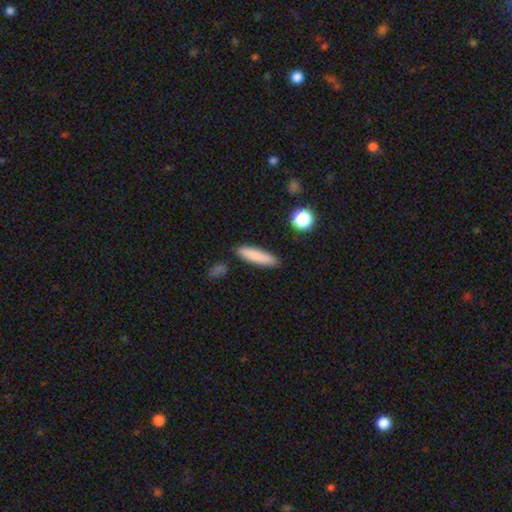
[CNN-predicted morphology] smooth_or_featured: smooth (p=0.84) [alt: featured or disk p=0.09]
how_rounded: cigar-shaped (p=0.76) [alt: in between p=0.22]
merging: none (p=0.86) [alt: minor disturbance p=0.09]